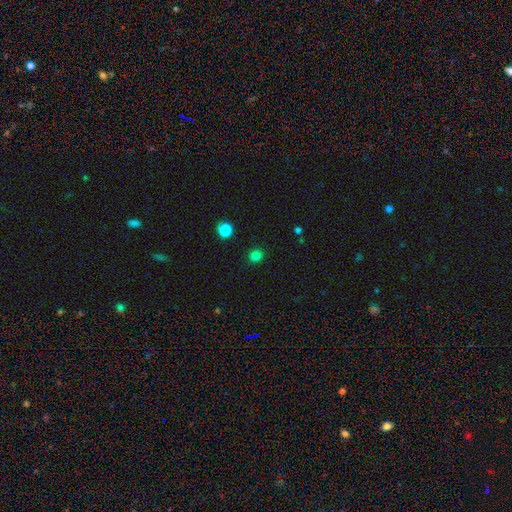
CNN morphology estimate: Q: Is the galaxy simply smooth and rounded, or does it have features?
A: smooth — 81%.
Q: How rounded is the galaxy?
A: round — 88%.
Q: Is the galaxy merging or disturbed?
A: none — 90%.